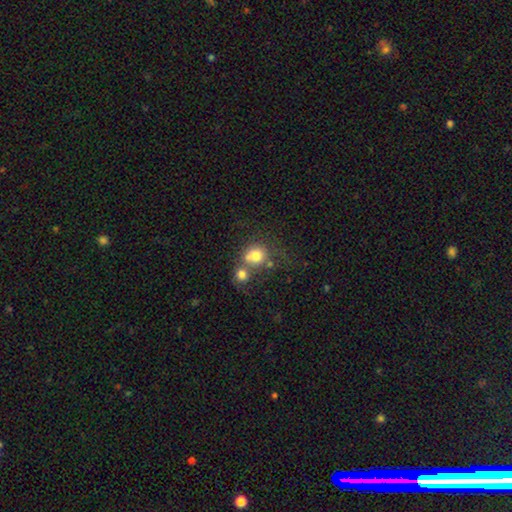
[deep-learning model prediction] smooth_or_featured: smooth (p=0.74) [alt: featured or disk p=0.14]
how_rounded: round (p=0.79) [alt: in between p=0.20]
merging: merger (p=0.48) [alt: none p=0.37]